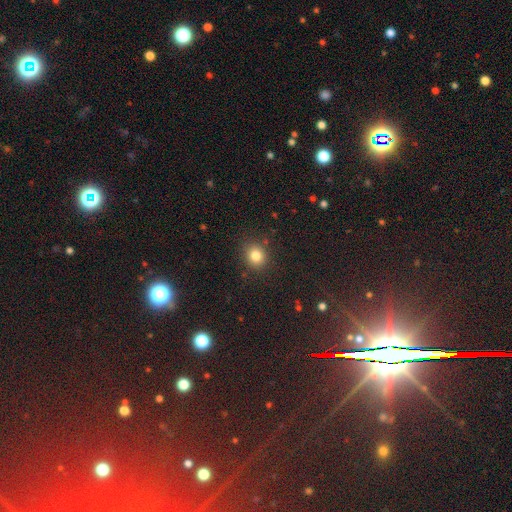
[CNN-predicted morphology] The model was most divided on "how rounded": round: 78%, in between: 21%, cigar-shaped: 1%. More confident: merging — none (86%); smooth or featured — smooth (81%).